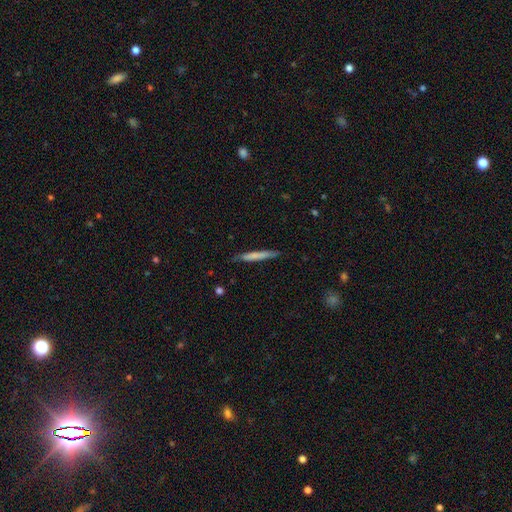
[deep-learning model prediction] Q: Smooth or featured?
A: smooth (68%); runner-up: featured or disk (26%)
Q: How rounded?
A: cigar-shaped (95%); runner-up: in between (3%)
Q: Merging?
A: none (82%); runner-up: minor disturbance (15%)